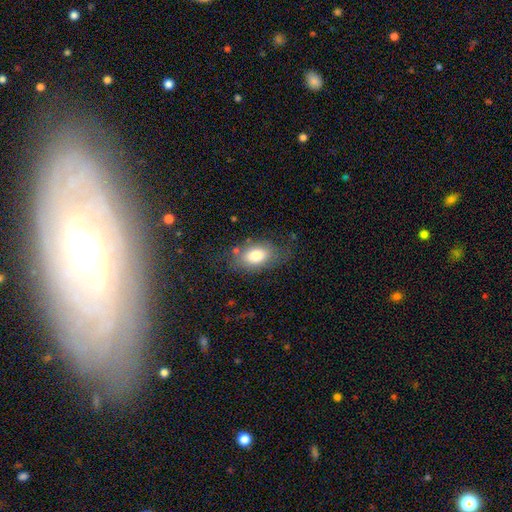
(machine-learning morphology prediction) Smooth or featured: smooth — 76% (featured or disk — 16%)
How rounded: in between — 89% (round — 9%)
Merging: none — 68% (minor disturbance — 20%)